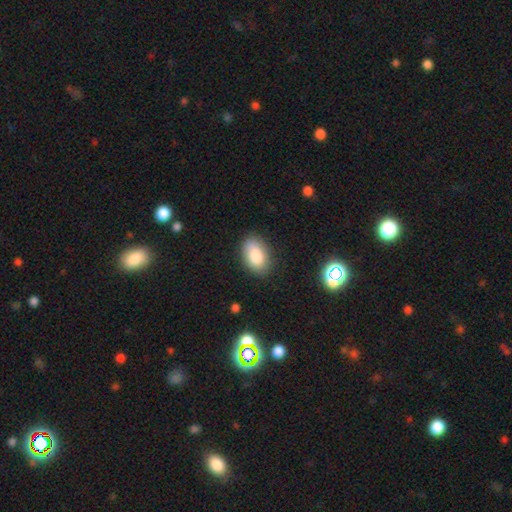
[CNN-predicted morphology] The model was most divided on "merging": none: 83%, minor disturbance: 13%, major disturbance: 3%, merger: 1%. More confident: how rounded — in between (91%); smooth or featured — smooth (86%).